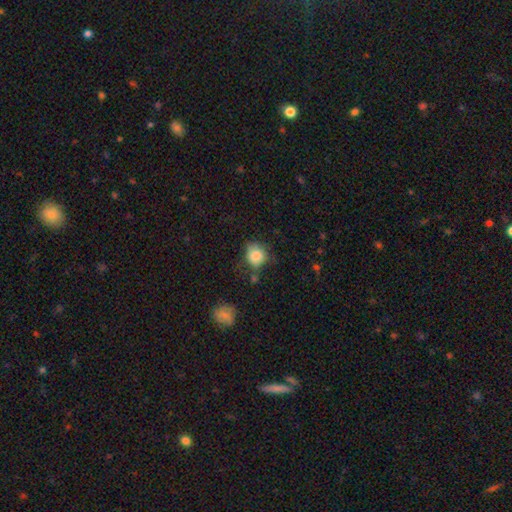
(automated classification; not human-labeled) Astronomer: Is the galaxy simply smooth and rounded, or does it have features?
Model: smooth — 83%.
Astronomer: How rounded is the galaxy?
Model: round — 73%.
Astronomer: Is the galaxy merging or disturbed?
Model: none — 59%.